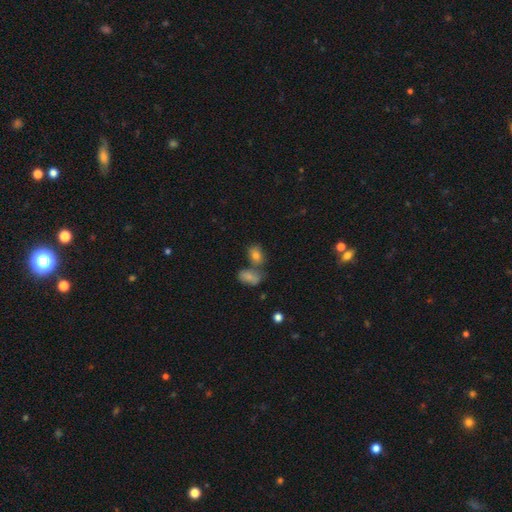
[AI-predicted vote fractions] This is likely a smooth galaxy (77%). How rounded: likely in between (72%). Merging: possibly none (50%).